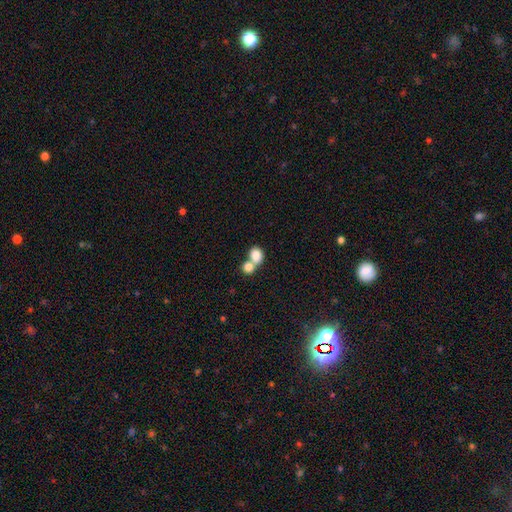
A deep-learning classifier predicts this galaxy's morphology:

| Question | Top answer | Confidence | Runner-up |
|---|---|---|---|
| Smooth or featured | smooth | 82% | featured or disk (9%) |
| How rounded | round | 61% | in between (38%) |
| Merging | merger | 65% | none (27%) |